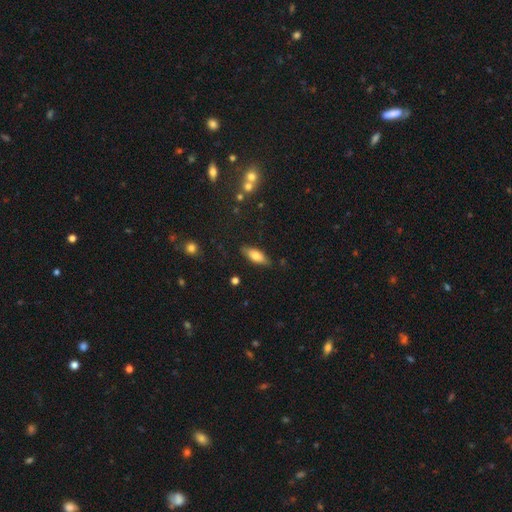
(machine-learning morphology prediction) smooth-or-featured: smooth: 74% | featured or disk: 19% | star or artifact: 7%
  how-rounded: in between: 75% | cigar-shaped: 23% | round: 2%
  merging: none: 82% | minor disturbance: 13% | major disturbance: 3% | merger: 2%